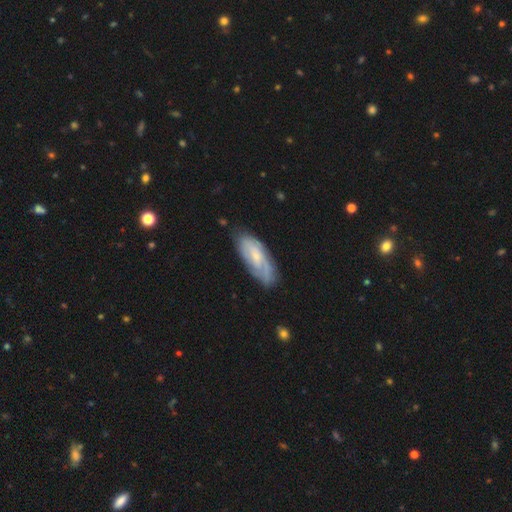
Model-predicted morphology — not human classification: type=featured or disk (60%); edge-on=no (88%); bar=no (58%); spiral arms=yes (83%); bulge=small (61%); merging=none (70%).